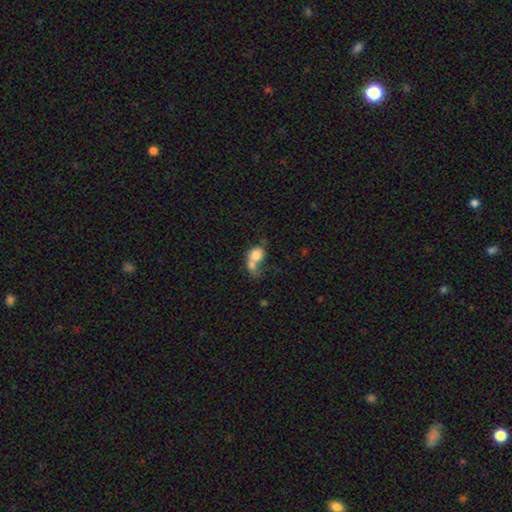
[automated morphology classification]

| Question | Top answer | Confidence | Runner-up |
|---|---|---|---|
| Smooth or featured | smooth | 71% | featured or disk (19%) |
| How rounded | round | 55% | in between (44%) |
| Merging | merger | 67% | none (15%) |